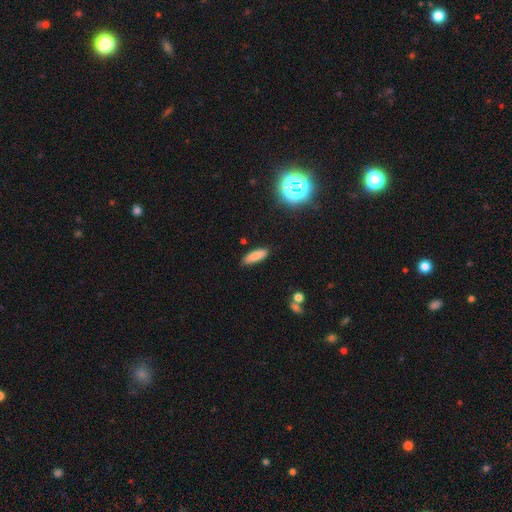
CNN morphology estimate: Smooth or featured? smooth (83%)
How rounded? cigar-shaped (55%)
Merging? none (85%)